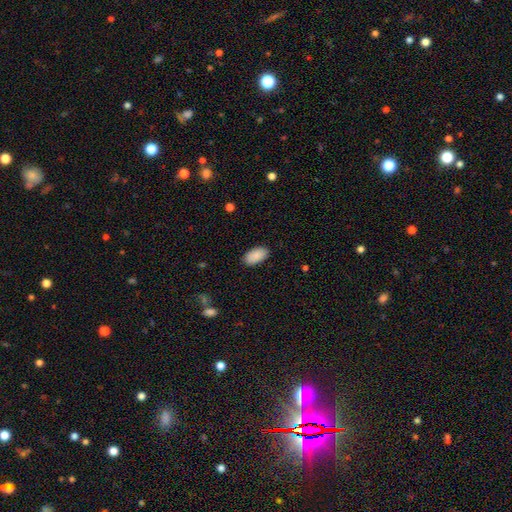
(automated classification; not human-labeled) smooth 89%, star or artifact 6%, featured or disk 4%. Down the decision tree: how rounded — in between (95%); merging — none (87%).